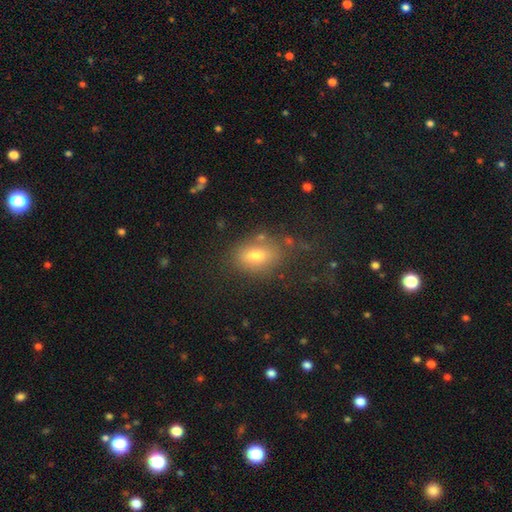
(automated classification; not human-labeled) Overall: smooth (74%). How rounded: in between (79%). Merging: none (70%).